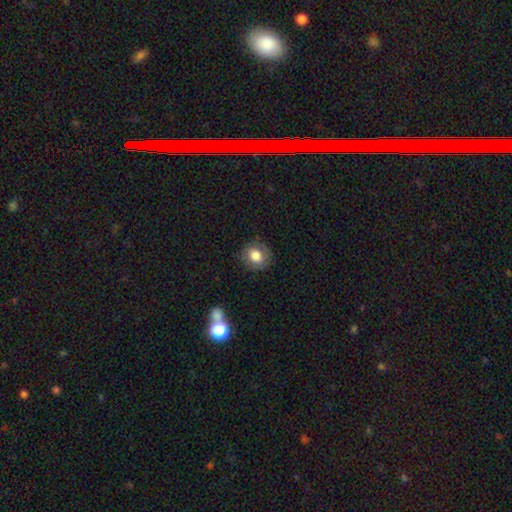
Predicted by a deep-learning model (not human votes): A smooth galaxy with no disk features (78%) that is round (78%). Merging: none (82%).